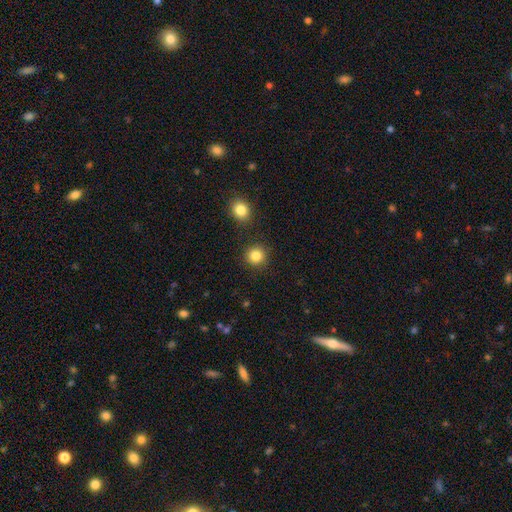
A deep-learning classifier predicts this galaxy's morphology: This appears to be a smooth galaxy with no disk features (85%) that is round (92%). Merging: none (88%).